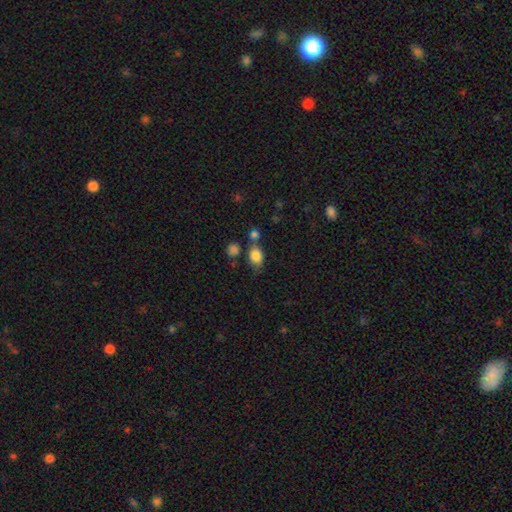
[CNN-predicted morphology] smooth 84%, star or artifact 9%, featured or disk 7%. Down the decision tree: how rounded — in between (72%); merging — none (58%).